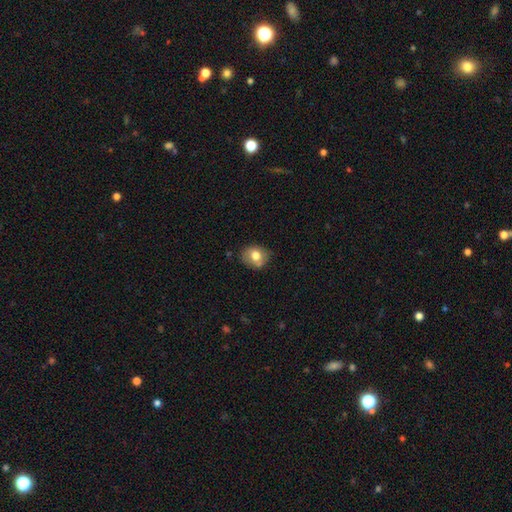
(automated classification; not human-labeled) smooth_or_featured: smooth (p=0.72) [alt: featured or disk p=0.19]
how_rounded: round (p=0.60) [alt: in between p=0.39]
merging: none (p=0.70) [alt: minor disturbance p=0.23]